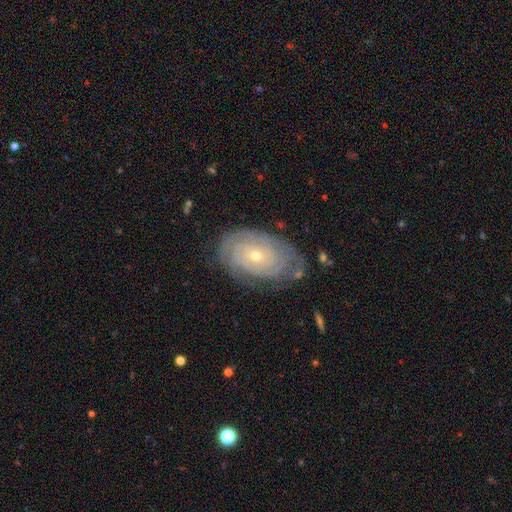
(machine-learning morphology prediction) featured or disk 81%, smooth 13%, star or artifact 6%. Down the decision tree: edge-on disk — no (95%); bar — no (81%); spiral arms — yes (91%); spiral arm count — can't tell (47%); spiral winding — tight (84%); bulge size — small (70%); merging — none (73%).